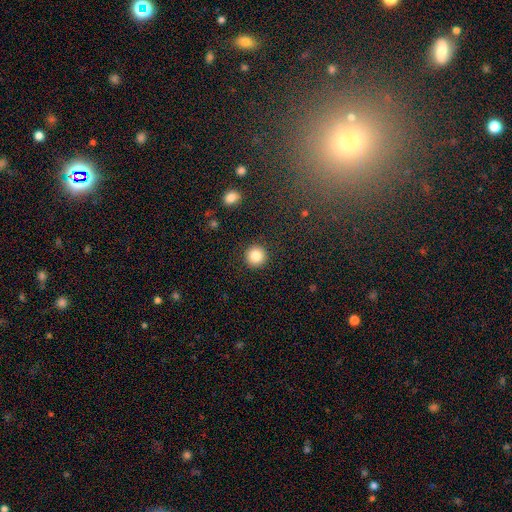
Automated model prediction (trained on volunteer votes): Q: Smooth or featured?
A: smooth (85%); runner-up: star or artifact (10%)
Q: How rounded?
A: round (95%); runner-up: in between (4%)
Q: Merging?
A: none (92%); runner-up: minor disturbance (5%)